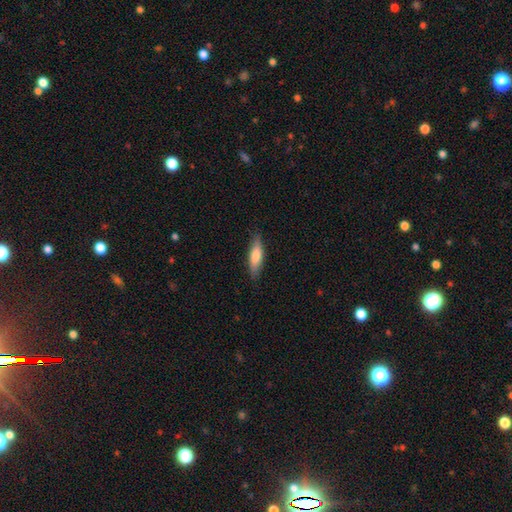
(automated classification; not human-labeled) Q: Smooth or featured?
A: smooth (72%); runner-up: featured or disk (23%)
Q: How rounded?
A: cigar-shaped (59%); runner-up: in between (39%)
Q: Merging?
A: none (84%); runner-up: minor disturbance (13%)